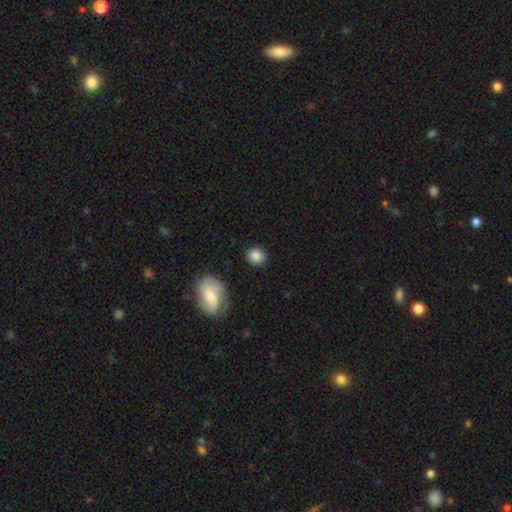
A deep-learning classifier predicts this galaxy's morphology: Overall: smooth (87%). How rounded: round (77%). Merging: none (86%).